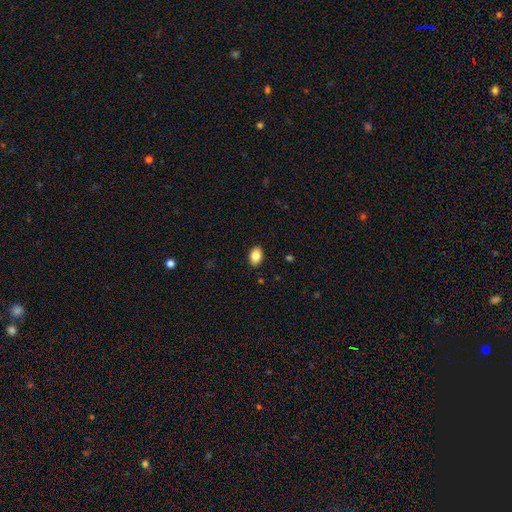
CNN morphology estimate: smooth-or-featured: smooth: 85% | star or artifact: 8% | featured or disk: 7%
  how-rounded: in between: 84% | round: 15% | cigar-shaped: 1%
  merging: none: 89% | minor disturbance: 8% | major disturbance: 2% | merger: 1%